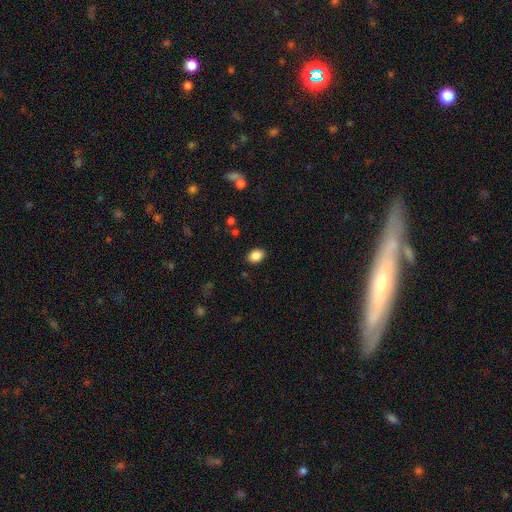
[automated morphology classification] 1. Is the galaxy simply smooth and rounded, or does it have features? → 87% smooth, 9% star or artifact, 4% featured or disk.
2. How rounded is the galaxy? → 79% in between, 19% round, 1% cigar-shaped.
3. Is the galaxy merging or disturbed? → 88% none, 9% minor disturbance, 2% major disturbance, 1% merger.